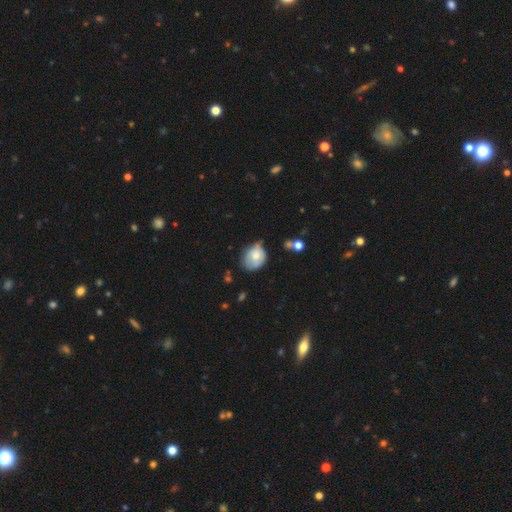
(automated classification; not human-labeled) Overall: smooth (66%; featured or disk 26%). How rounded: round (50%; in between 49%). Merging: none (43%; minor disturbance 39%).